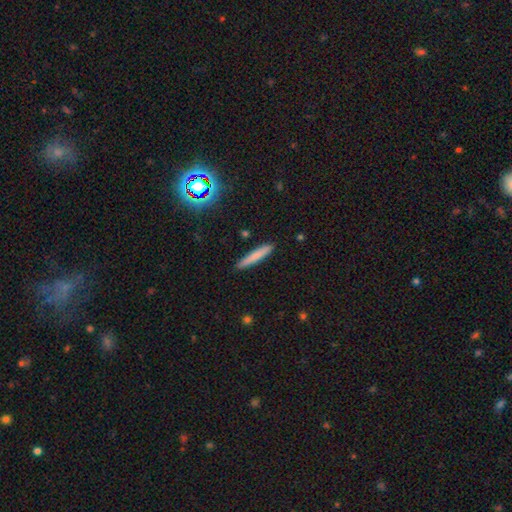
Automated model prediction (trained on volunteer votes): A smooth galaxy with no disk features (73%) that is cigar-shaped (93%).

Vote fractions:
- Smooth or featured? smooth: 73% / featured or disk: 18% / star or artifact: 8%
- How rounded? cigar-shaped: 93% / in between: 5% / round: 1%
- Merging? none: 89% / minor disturbance: 7% / major disturbance: 2% / merger: 1%